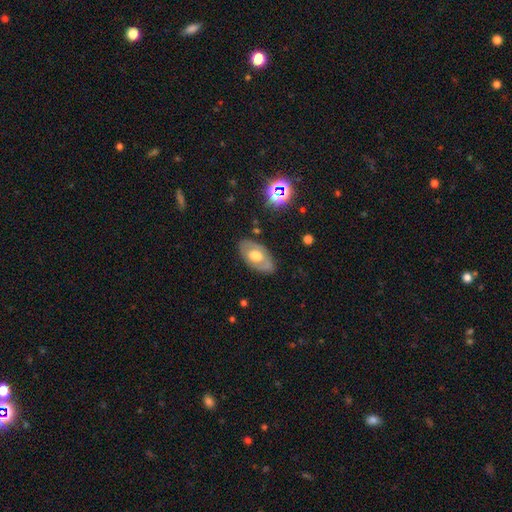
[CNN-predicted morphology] smooth_or_featured: featured or disk (p=0.51) [alt: smooth p=0.42]
disk_edge_on: no (p=0.88) [alt: yes p=0.12]
merging: none (p=0.78) [alt: minor disturbance p=0.16]